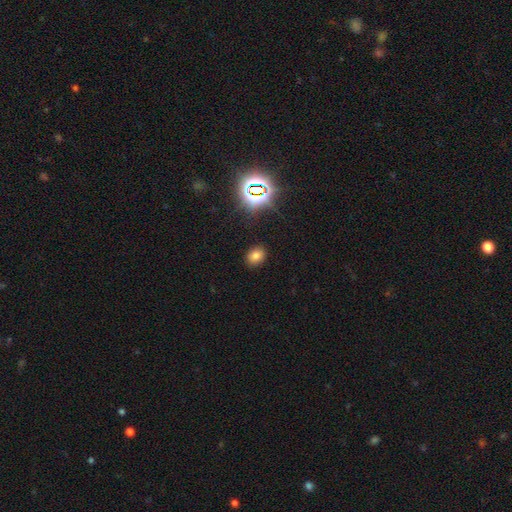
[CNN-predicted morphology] type=smooth (73%); roundness=in between (58%); merging=none (88%).